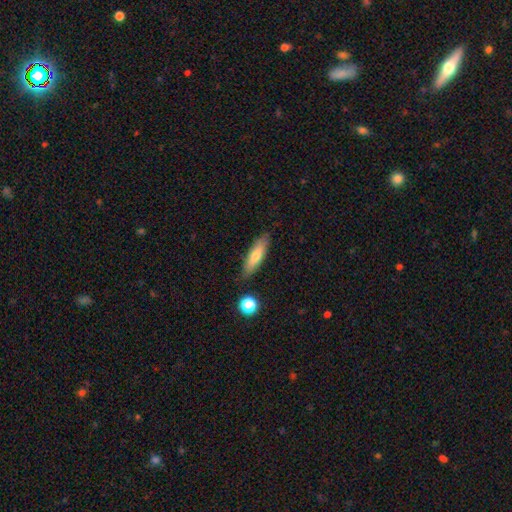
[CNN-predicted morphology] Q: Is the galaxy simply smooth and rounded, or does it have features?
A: smooth — 66%.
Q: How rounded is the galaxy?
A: cigar-shaped — 66%.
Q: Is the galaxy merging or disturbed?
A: none — 82%.